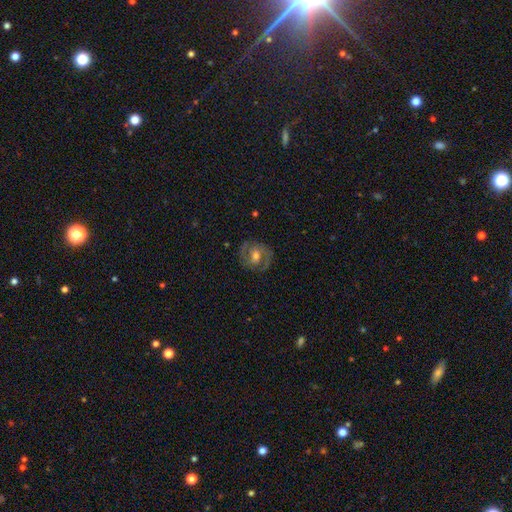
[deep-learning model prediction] Smooth or featured? featured or disk (73%)
Edge-on disk? no (97%)
Bar? weak (45%)
Spiral arms? yes (85%)
Spiral winding? medium (49%)
Spiral arm count? 2 (86%)
Bulge size? moderate (65%)
Merging? none (81%)